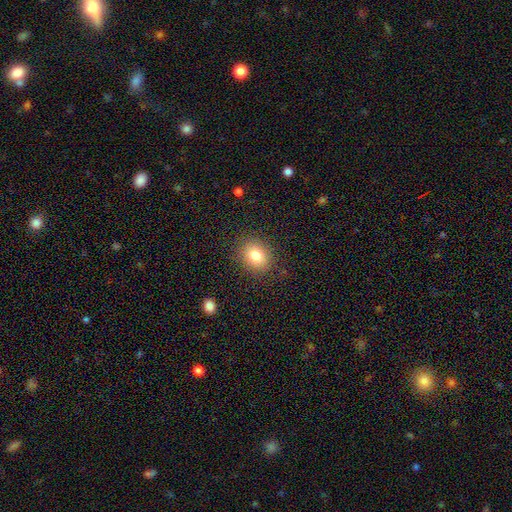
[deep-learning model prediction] Overall: smooth (80%). How rounded: round (55%; in between 44%). Merging: none (86%).